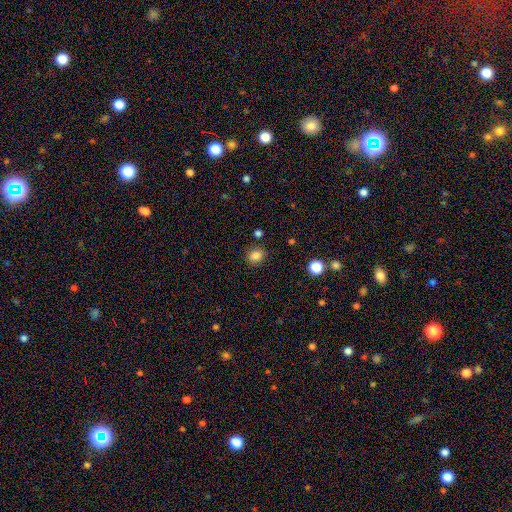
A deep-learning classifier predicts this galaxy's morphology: Q: Smooth or featured?
A: smooth (84%); runner-up: star or artifact (12%)
Q: How rounded?
A: round (68%); runner-up: in between (32%)
Q: Merging?
A: none (85%); runner-up: minor disturbance (10%)